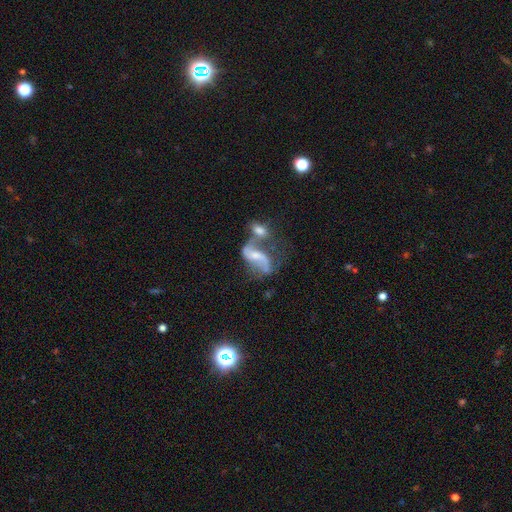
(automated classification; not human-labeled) Smooth or featured? Predicted: featured or disk (p=0.78). Edge-on disk? Predicted: no (p=0.96). Bar? Predicted: weak (p=0.42). Spiral arms? Predicted: yes (p=0.90). Spiral winding? Predicted: loose (p=0.71). Spiral arm count? Predicted: 2 (p=0.87). Bulge size? Predicted: small (p=0.47). Merging? Predicted: merger (p=0.45).